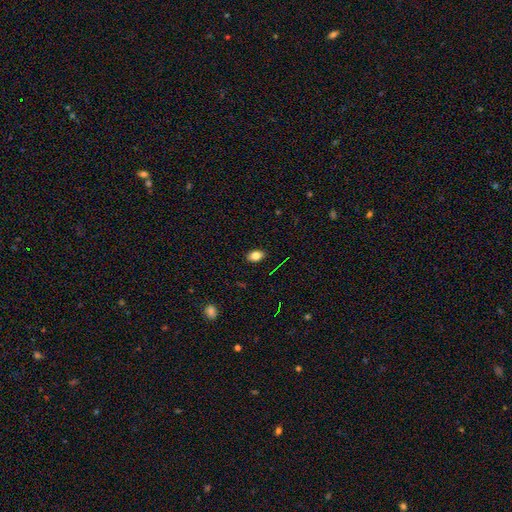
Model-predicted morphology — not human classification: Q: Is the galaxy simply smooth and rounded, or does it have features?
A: smooth — 82%.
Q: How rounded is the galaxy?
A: in between — 86%.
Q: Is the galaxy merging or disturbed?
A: none — 88%.